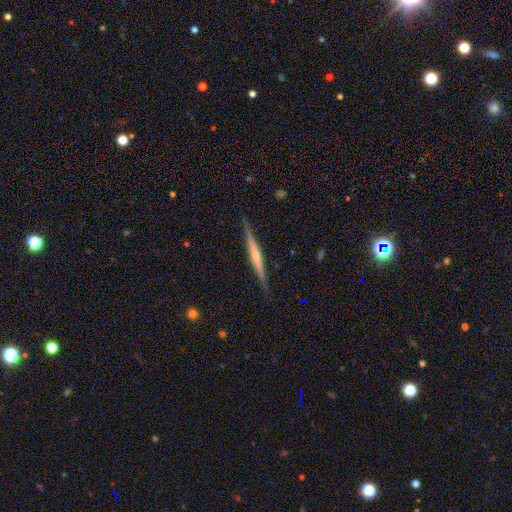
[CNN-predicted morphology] Smooth or featured?
  - featured or disk: 68% *
  - smooth: 26%
  - star or artifact: 6%
Edge-on disk?
  - yes: 97% *
  - no: 3%
Edge-on bulge?
  - none: 45% * (tied)
  - rounded: 45% * (tied)
  - boxy: 10%
Merging?
  - none: 87% *
  - minor disturbance: 10%
  - major disturbance: 2%
  - merger: 1%